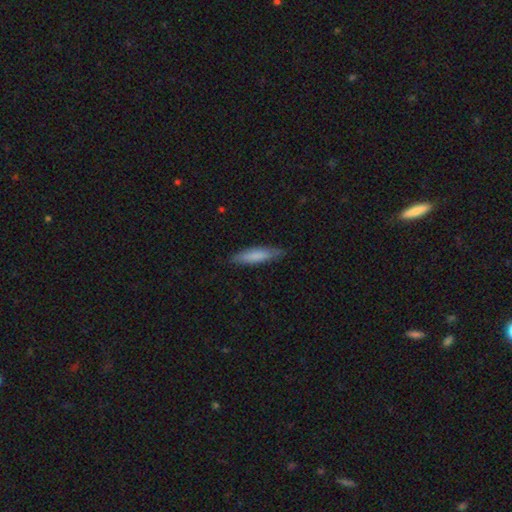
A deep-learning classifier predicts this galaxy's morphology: This appears to be a smooth galaxy with no disk features (79%) that is cigar-shaped (79%). Merging: none (84%).